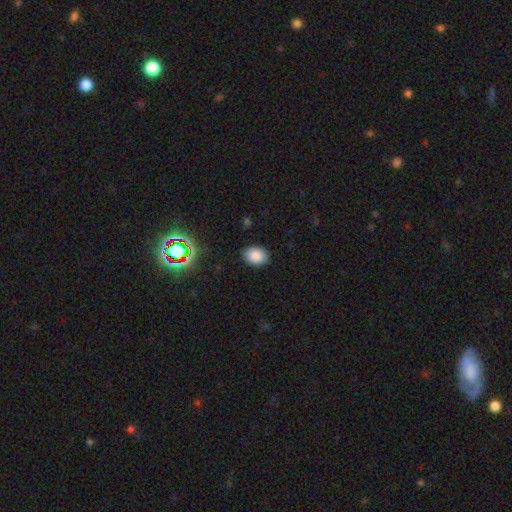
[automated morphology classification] smooth_or_featured: smooth (p=0.85) [alt: star or artifact p=0.11]
how_rounded: in between (p=0.74) [alt: round p=0.25]
merging: none (p=0.88) [alt: minor disturbance p=0.09]